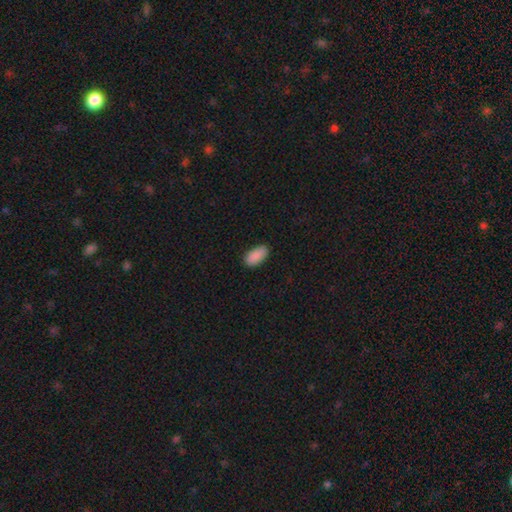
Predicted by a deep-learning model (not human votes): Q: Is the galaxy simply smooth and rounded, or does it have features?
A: smooth — 90%.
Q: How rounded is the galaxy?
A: in between — 93%.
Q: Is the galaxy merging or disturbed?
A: none — 86%.